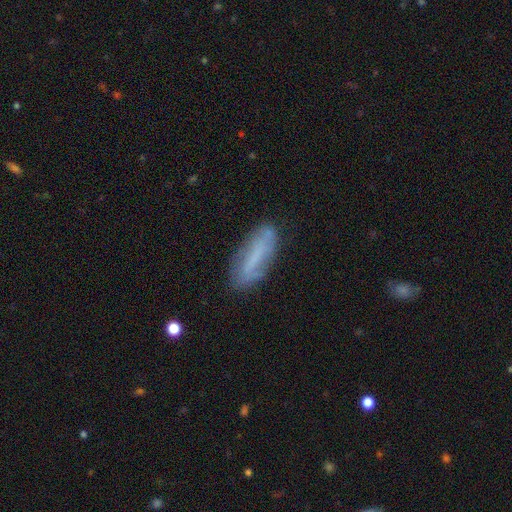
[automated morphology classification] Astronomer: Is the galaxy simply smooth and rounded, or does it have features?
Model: smooth — 52% (runner-up: featured or disk, 39%).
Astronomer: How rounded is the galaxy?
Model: cigar-shaped — 50% (runner-up: in between, 48%).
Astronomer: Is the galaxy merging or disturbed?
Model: none — 77%.